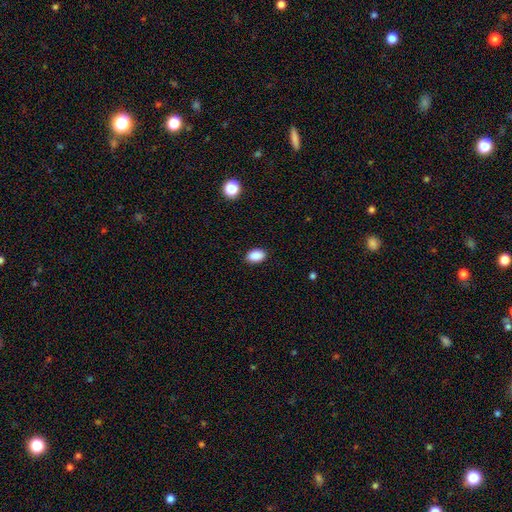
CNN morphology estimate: Smooth or featured? smooth (89%)
How rounded? in between (86%)
Merging? none (88%)